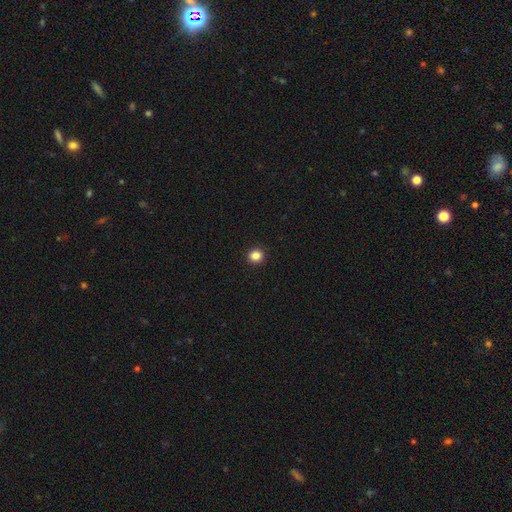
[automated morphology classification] A smooth galaxy with no disk features (85%) that is round (90%). Merging: none (94%).